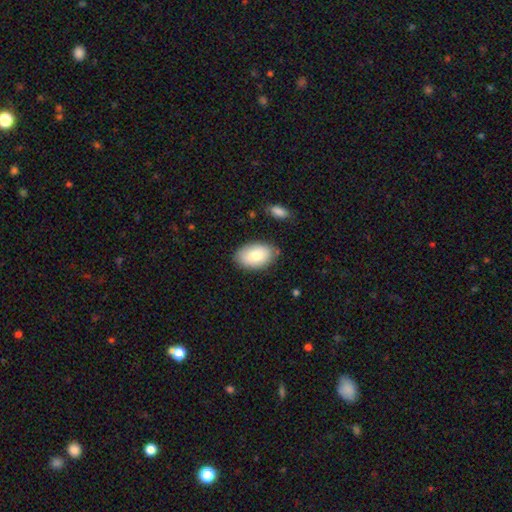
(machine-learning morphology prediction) Smooth or featured?
  - smooth: 79% *
  - featured or disk: 15%
  - star or artifact: 7%
How rounded?
  - in between: 91% *
  - round: 8%
  - cigar-shaped: 1%
Merging?
  - none: 81% *
  - minor disturbance: 14%
  - major disturbance: 3%
  - merger: 2%